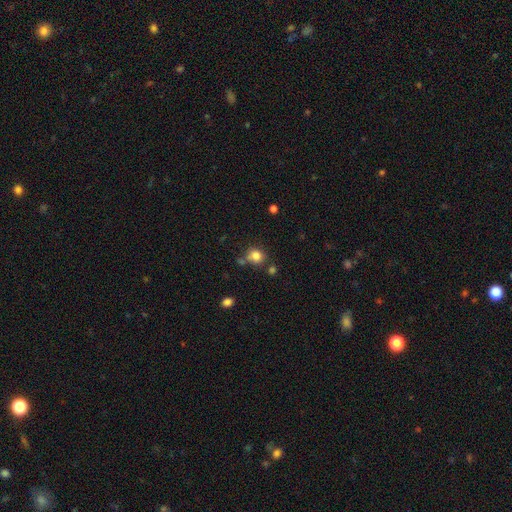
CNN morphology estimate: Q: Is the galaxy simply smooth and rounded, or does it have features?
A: smooth — 81%.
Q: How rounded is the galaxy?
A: round — 81%.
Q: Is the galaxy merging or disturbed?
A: none — 66%.